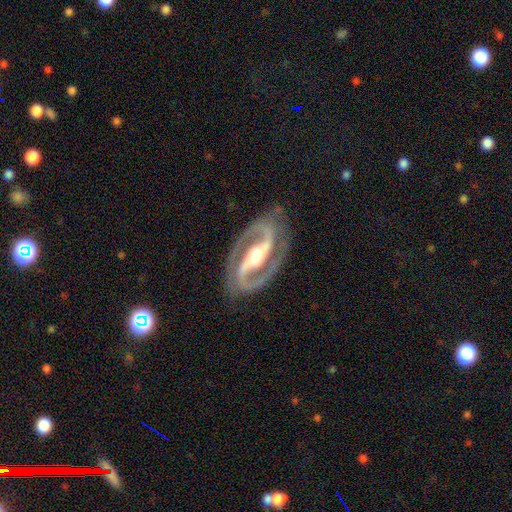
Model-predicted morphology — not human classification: This appears to be a featured or disk galaxy (94%) with a strong bar (66%), 2 (95%) medium (60%) spiral arms (98%) and a moderate central bulge (68%). Merging: none (86%).